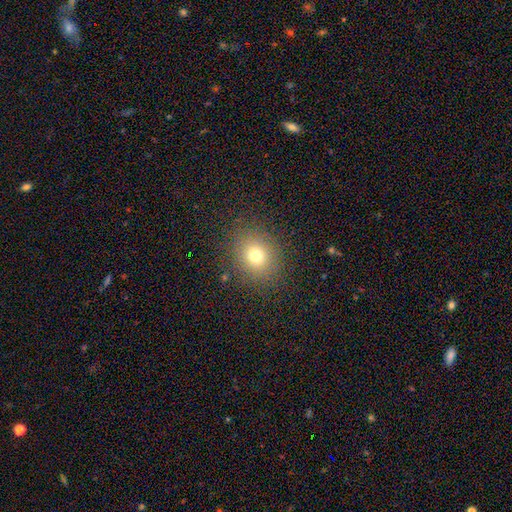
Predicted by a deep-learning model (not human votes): smooth 72%, star or artifact 18%, featured or disk 10%. Down the decision tree: how rounded — round (79%); merging — none (87%).